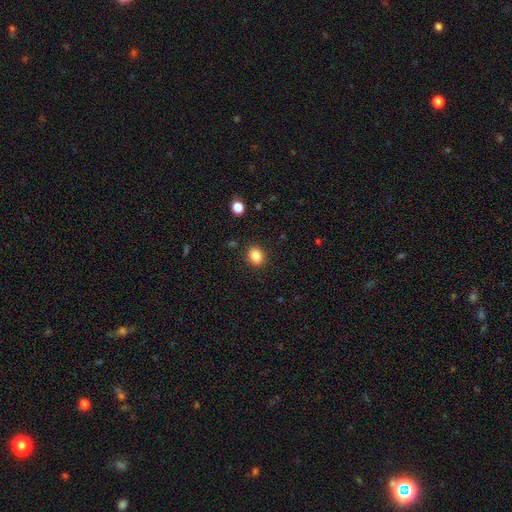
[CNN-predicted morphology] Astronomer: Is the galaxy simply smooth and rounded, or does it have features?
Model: smooth — 85%.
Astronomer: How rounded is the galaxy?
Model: round — 51% (runner-up: in between, 48%).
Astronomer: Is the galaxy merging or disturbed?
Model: none — 89%.